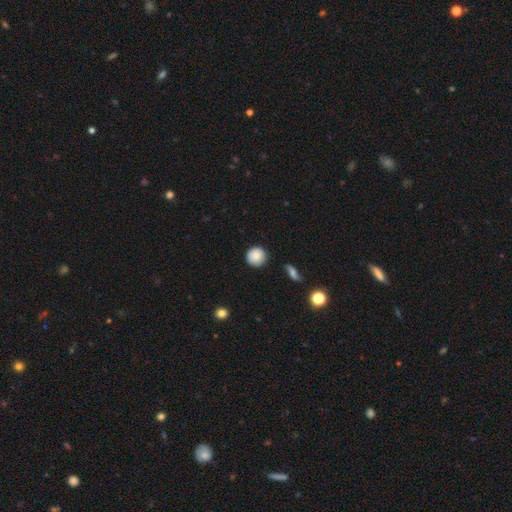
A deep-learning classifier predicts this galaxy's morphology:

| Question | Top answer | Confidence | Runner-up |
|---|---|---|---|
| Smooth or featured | smooth | 85% | star or artifact (8%) |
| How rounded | round | 94% | in between (5%) |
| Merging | none | 86% | minor disturbance (10%) |